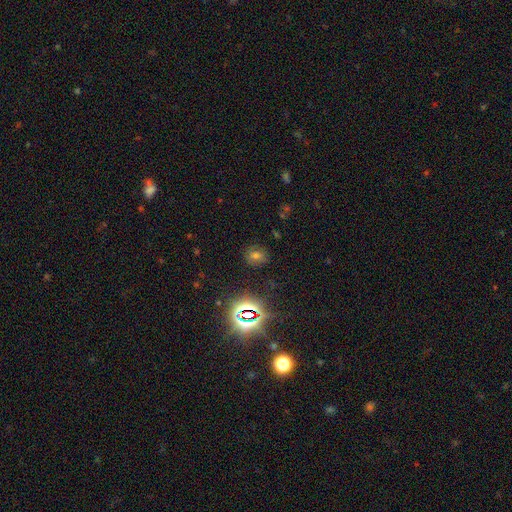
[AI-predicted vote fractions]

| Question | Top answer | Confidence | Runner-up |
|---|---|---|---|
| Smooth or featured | smooth | 49% | star or artifact (39%) |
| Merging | none | 83% | minor disturbance (11%) |